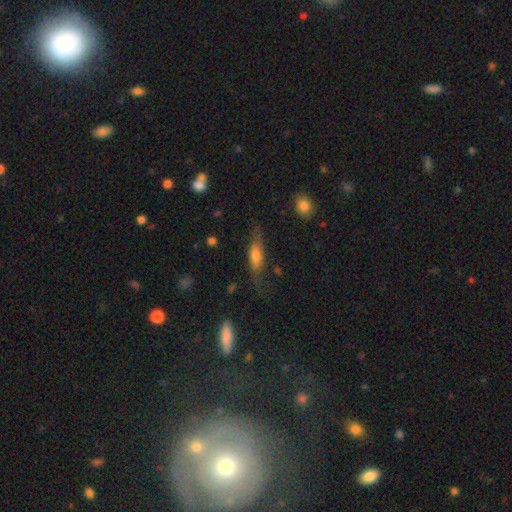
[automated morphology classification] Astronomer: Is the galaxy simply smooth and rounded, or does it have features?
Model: smooth — 58% (runner-up: featured or disk, 34%).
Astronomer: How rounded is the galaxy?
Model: cigar-shaped — 54% (runner-up: in between, 43%).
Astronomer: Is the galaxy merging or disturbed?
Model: none — 63%.